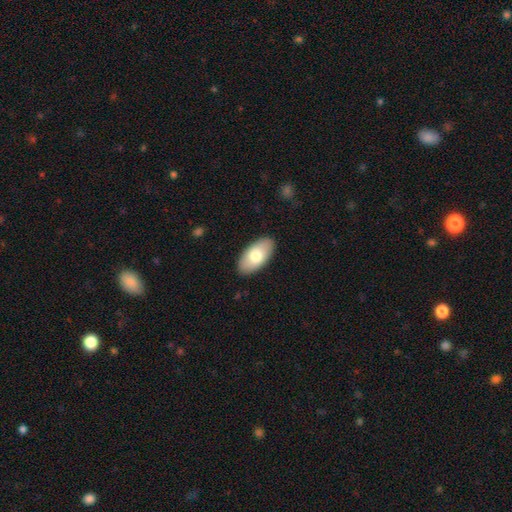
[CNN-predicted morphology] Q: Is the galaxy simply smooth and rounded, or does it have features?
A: smooth — 75%.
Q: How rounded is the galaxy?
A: in between — 95%.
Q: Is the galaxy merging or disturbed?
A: none — 88%.